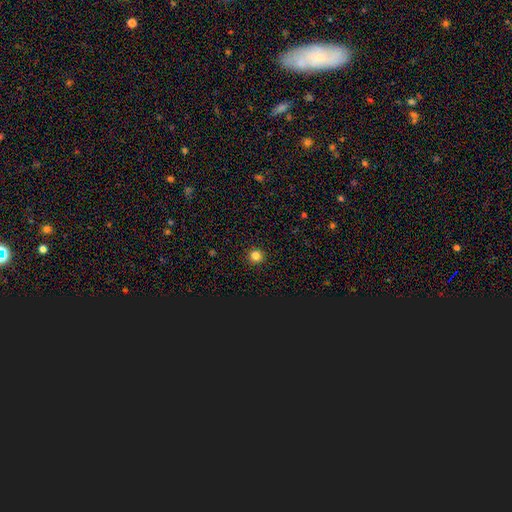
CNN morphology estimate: Smooth or featured: smooth — 82% (star or artifact — 15%)
How rounded: round — 95% (in between — 4%)
Merging: none — 93% (minor disturbance — 4%)